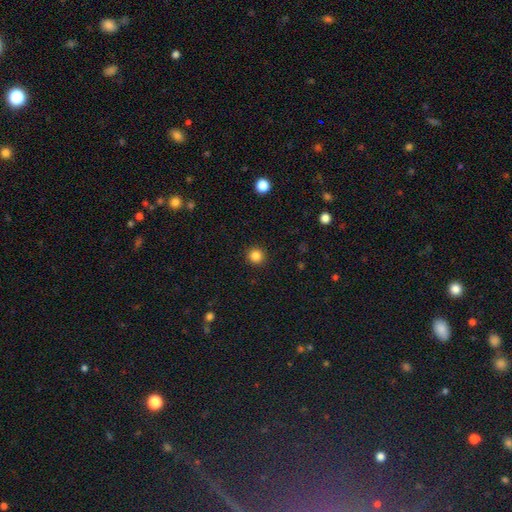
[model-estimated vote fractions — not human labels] Smooth or featured: smooth — 85% (star or artifact — 12%)
How rounded: round — 95% (in between — 4%)
Merging: none — 93% (minor disturbance — 5%)